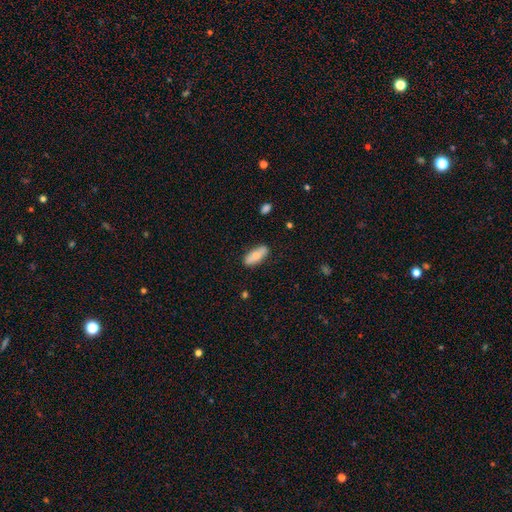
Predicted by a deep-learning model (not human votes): Smooth or featured? smooth (74%)
How rounded? in between (74%)
Merging? none (85%)